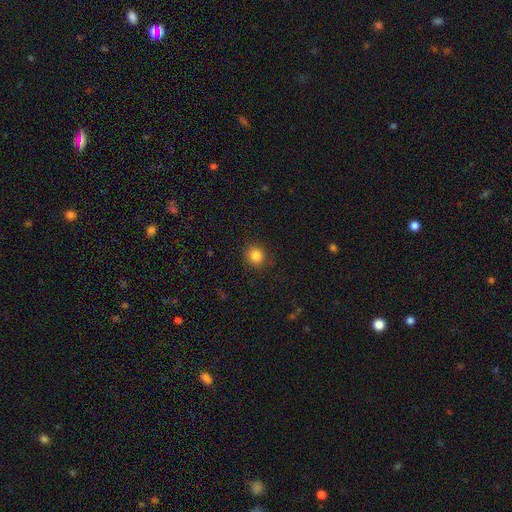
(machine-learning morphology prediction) smooth_or_featured: smooth (p=0.85) [alt: star or artifact p=0.11]
how_rounded: round (p=0.89) [alt: in between p=0.10]
merging: none (p=0.90) [alt: minor disturbance p=0.07]